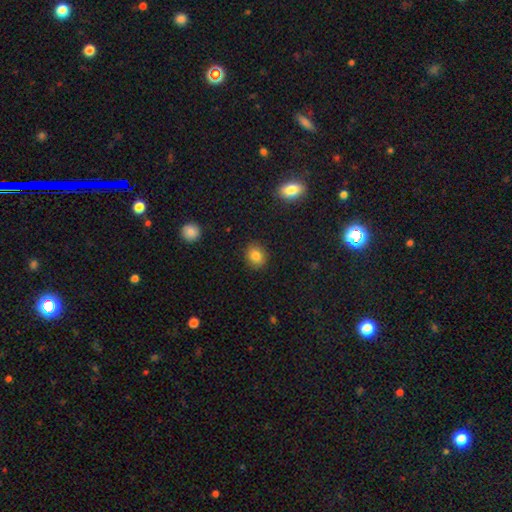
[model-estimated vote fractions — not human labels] This appears to be a smooth galaxy with no disk features (83%) that is round (62%). Merging: none (89%).